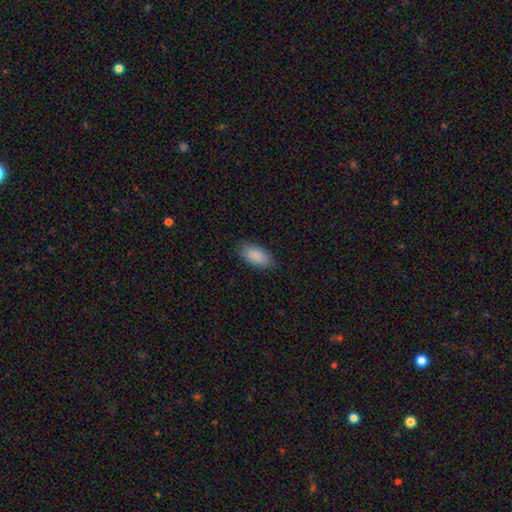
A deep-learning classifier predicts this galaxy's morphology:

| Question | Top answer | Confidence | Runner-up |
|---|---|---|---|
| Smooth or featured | smooth | 90% | star or artifact (6%) |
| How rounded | in between | 93% | cigar-shaped (5%) |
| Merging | none | 85% | minor disturbance (12%) |